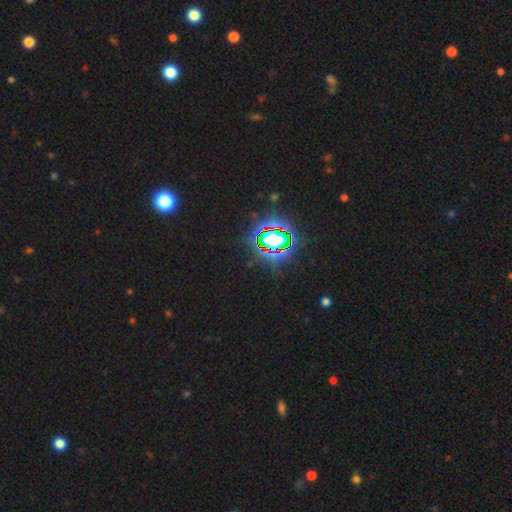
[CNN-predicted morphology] star or artifact 82%, smooth 11%, featured or disk 7%.